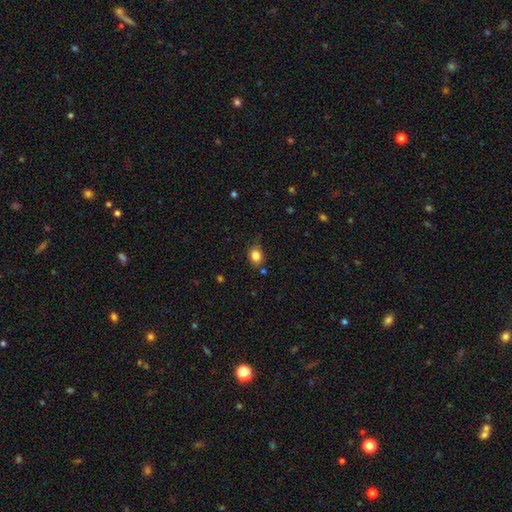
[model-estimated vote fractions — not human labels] Morphology: type=smooth (83%); roundness=round (54%); merging=none (74%).